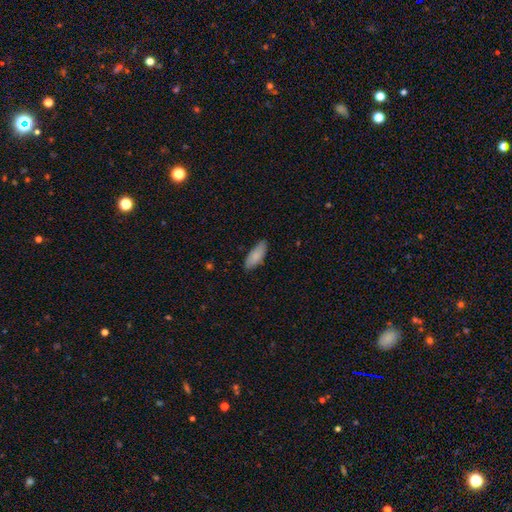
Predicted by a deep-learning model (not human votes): Smooth or featured?
  - smooth: 85% *
  - featured or disk: 9%
  - star or artifact: 6%
How rounded?
  - in between: 75% *
  - cigar-shaped: 23%
  - round: 2%
Merging?
  - none: 82% *
  - minor disturbance: 15%
  - major disturbance: 2%
  - merger: 1%